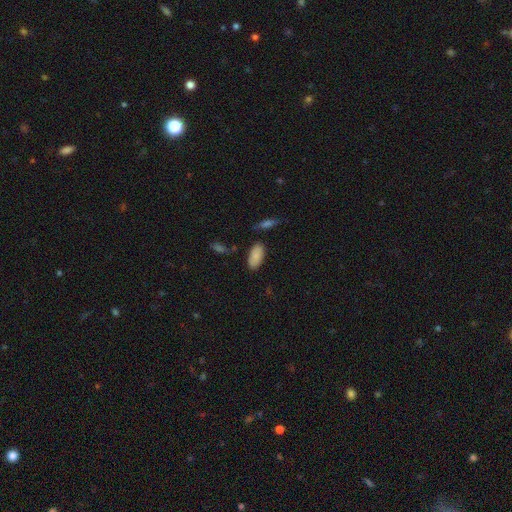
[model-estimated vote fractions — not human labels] This appears to be a smooth galaxy with no disk features (86%) that is in between round and cigar-shaped (93%). Merging: none (80%).